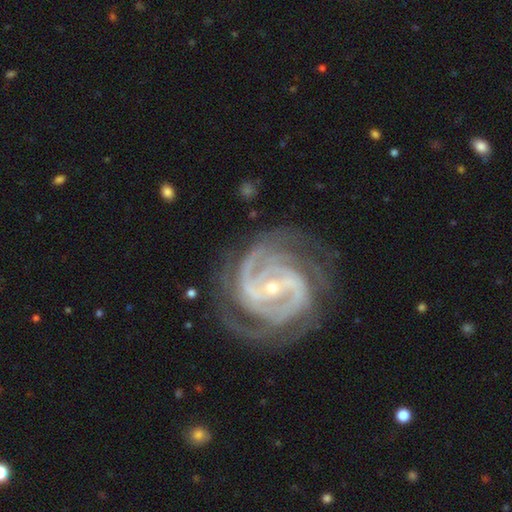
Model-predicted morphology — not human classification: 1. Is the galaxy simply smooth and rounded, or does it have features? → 93% featured or disk, 4% star or artifact, 3% smooth.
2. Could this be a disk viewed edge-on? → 98% no, 2% yes.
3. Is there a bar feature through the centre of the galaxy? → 39% strong, 37% weak, 24% no.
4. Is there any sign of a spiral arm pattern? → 98% yes, 2% no.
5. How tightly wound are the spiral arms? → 65% tight, 31% medium, 4% loose.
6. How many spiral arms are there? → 29% 3, 25% 2, 19% 4, 13% can't tell, 7% more than 4, 6% 1.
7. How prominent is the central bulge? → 74% small, 23% moderate, 1% large, 1% none, 1% dominant.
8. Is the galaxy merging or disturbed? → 72% none, 16% minor disturbance, 9% major disturbance, 2% merger.